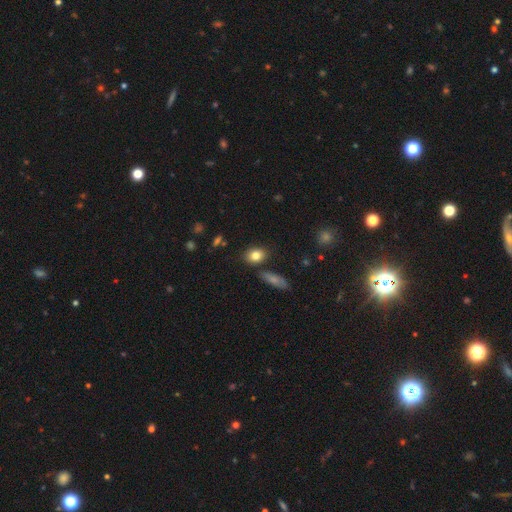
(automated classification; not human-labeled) Smooth or featured? Predicted: smooth (p=0.82). How rounded? Predicted: in between (p=0.61). Merging? Predicted: none (p=0.80).